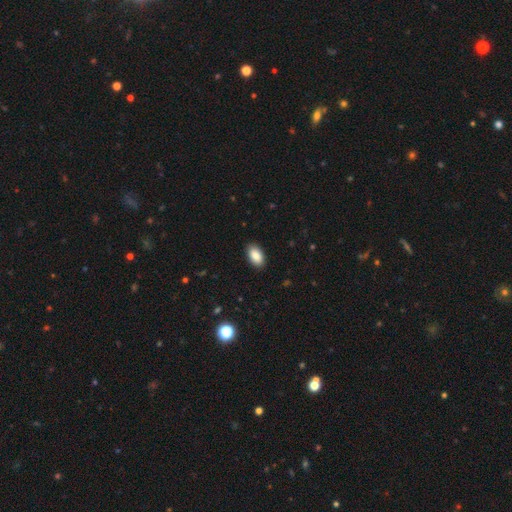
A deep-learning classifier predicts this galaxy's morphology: Smooth or featured: smooth — 89% (star or artifact — 7%)
How rounded: in between — 94% (round — 4%)
Merging: none — 89% (minor disturbance — 8%)